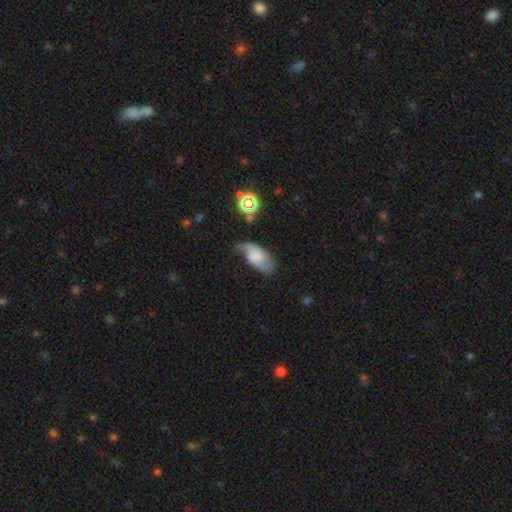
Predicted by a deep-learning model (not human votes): Overall: featured or disk (53%; smooth 38%). Edge-on disk: no (94%). Merging: none (52%; minor disturbance 30%).